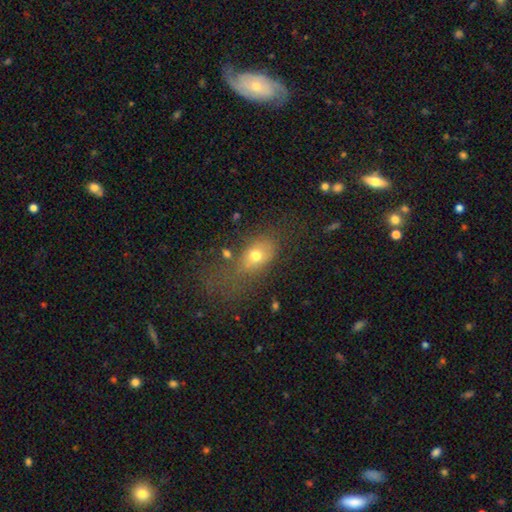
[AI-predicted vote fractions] This appears to be a smooth galaxy with no disk features (69%) that is in between round and cigar-shaped (70%). Merging: none (40%).